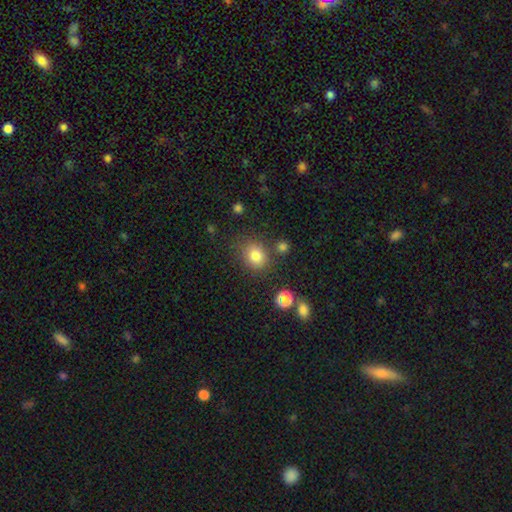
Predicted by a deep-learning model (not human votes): The model was most divided on "how rounded": round: 60%, in between: 39%, cigar-shaped: 1%. More confident: smooth or featured — smooth (80%); merging — none (76%).